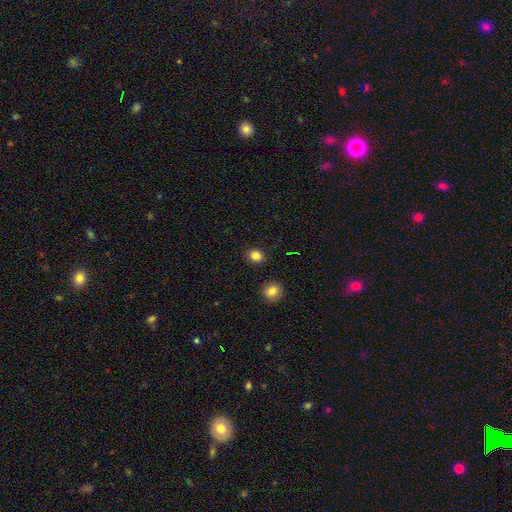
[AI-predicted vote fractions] Morphology: type=smooth (84%); roundness=round (70%); merging=none (89%).